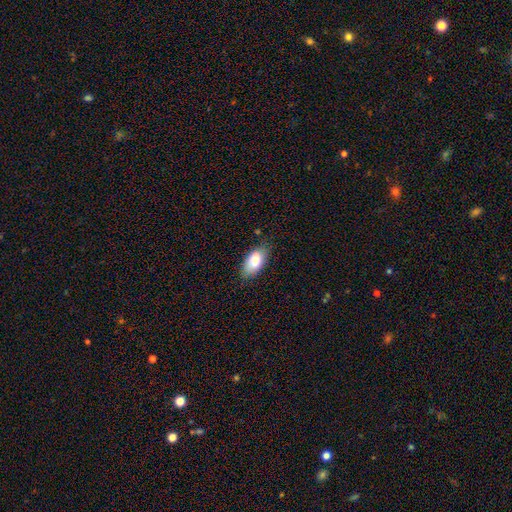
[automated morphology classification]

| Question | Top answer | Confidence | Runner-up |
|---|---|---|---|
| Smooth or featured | smooth | 74% | featured or disk (18%) |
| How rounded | in between | 90% | cigar-shaped (5%) |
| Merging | none | 78% | minor disturbance (16%) |